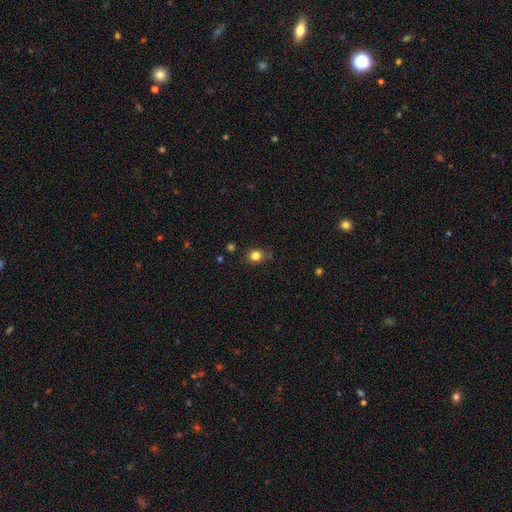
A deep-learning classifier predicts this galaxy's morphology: Q: Smooth or featured?
A: smooth (82%); runner-up: star or artifact (12%)
Q: How rounded?
A: round (70%); runner-up: in between (29%)
Q: Merging?
A: none (81%); runner-up: minor disturbance (13%)